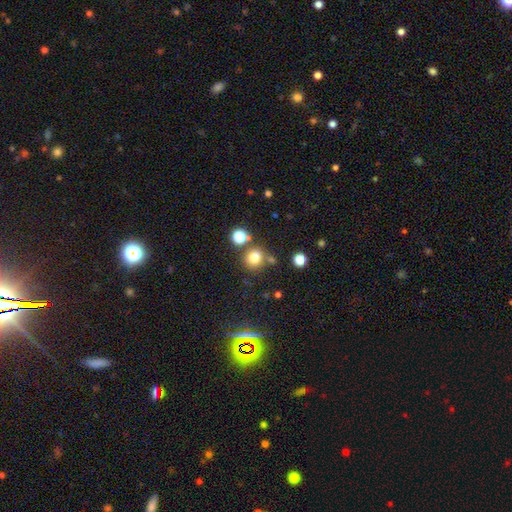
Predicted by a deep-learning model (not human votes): Smooth or featured: smooth — 78% (star or artifact — 15%)
How rounded: round — 85% (in between — 14%)
Merging: none — 71% (merger — 15%)